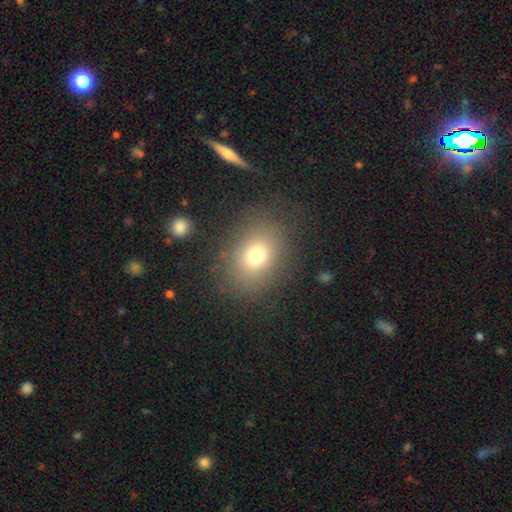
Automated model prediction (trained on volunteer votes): Smooth or featured?
  - smooth: 73% *
  - star or artifact: 14%
  - featured or disk: 13%
How rounded?
  - in between: 53% *
  - round: 46%
  - cigar-shaped: 1%
Merging?
  - none: 79% *
  - minor disturbance: 12%
  - major disturbance: 7%
  - merger: 2%